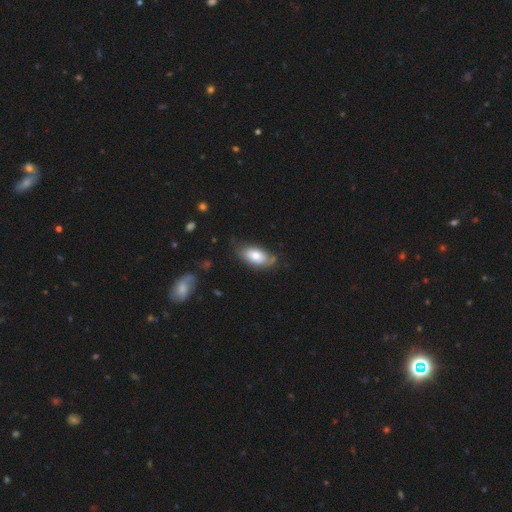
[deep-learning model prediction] smooth-or-featured: smooth: 69% | featured or disk: 25% | star or artifact: 7%
  how-rounded: in between: 92% | cigar-shaped: 5% | round: 3%
  merging: none: 61% | minor disturbance: 28% | major disturbance: 8% | merger: 3%